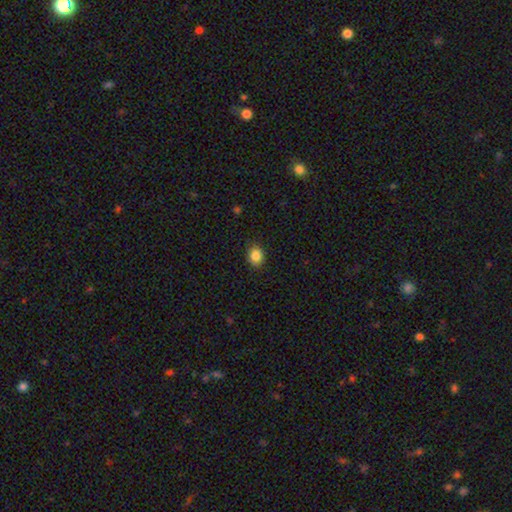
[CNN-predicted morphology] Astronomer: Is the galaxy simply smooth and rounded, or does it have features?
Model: smooth — 85%.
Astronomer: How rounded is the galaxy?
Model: round — 57% (runner-up: in between, 42%).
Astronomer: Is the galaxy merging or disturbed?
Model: none — 87%.